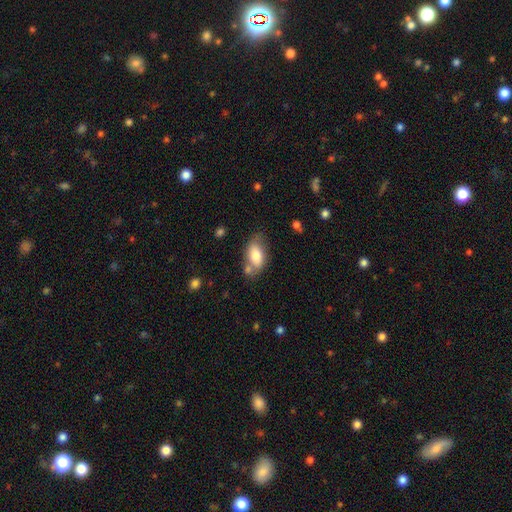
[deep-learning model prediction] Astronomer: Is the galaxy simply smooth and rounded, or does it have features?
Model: smooth — 75%.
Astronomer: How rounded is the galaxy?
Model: in between — 90%.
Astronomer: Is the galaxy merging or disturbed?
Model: none — 54%.